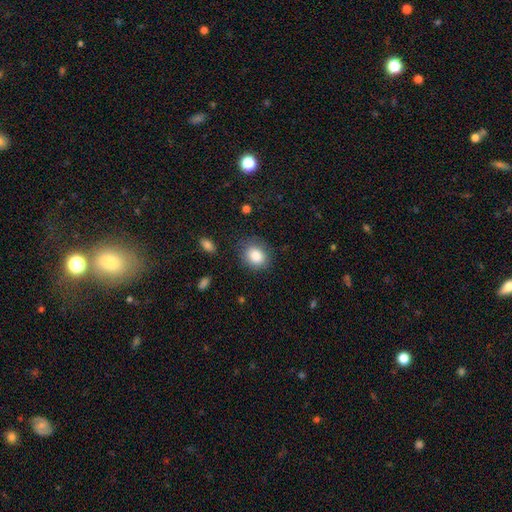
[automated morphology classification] A smooth galaxy with no disk features (85%) that is round (57%). Merging: none (79%).